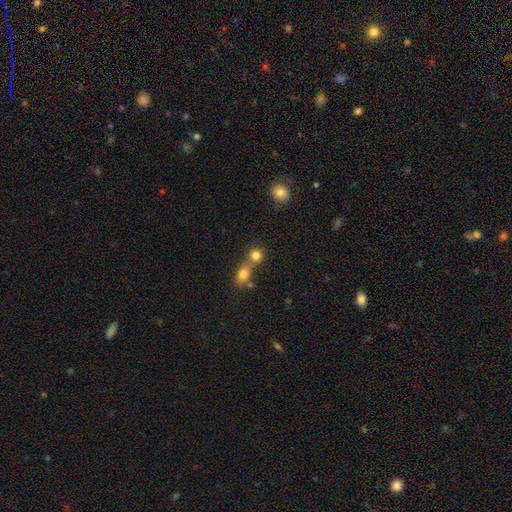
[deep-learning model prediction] Smooth or featured?
  - smooth: 80% *
  - star or artifact: 12%
  - featured or disk: 8%
How rounded?
  - round: 80% *
  - in between: 19%
  - cigar-shaped: 2%
Merging?
  - merger: 50% *
  - none: 41%
  - minor disturbance: 6%
  - major disturbance: 3%